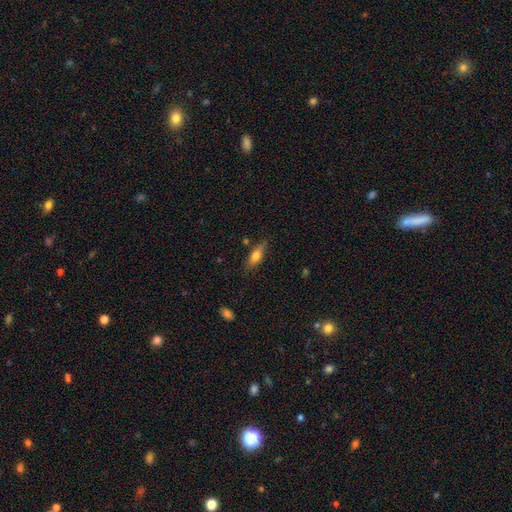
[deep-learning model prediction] Smooth or featured? smooth (62%)
How rounded? in between (53%)
Merging? none (78%)